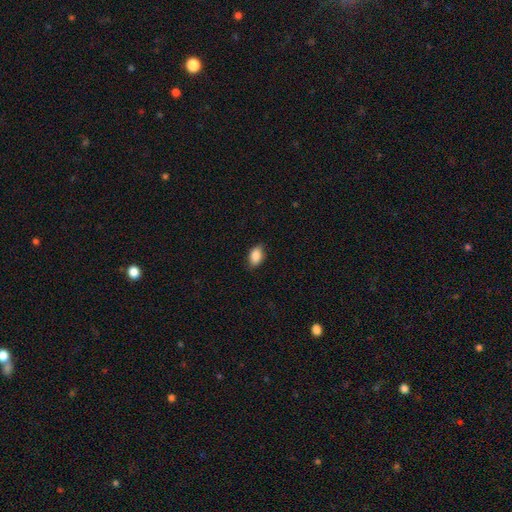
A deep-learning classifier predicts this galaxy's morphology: smooth 88%, star or artifact 7%, featured or disk 5%. Down the decision tree: how rounded — in between (88%); merging — none (82%).